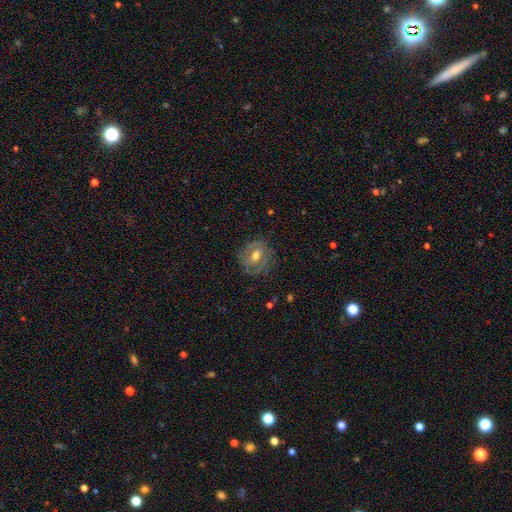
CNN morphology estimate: This is likely a featured or disk galaxy (64%). It is clearly not viewed edge-on (95%). Bar: marginally no (43%). Spiral arm pattern: likely yes (67%). Central bulge: likely moderate (75%). Merging: likely none (76%).